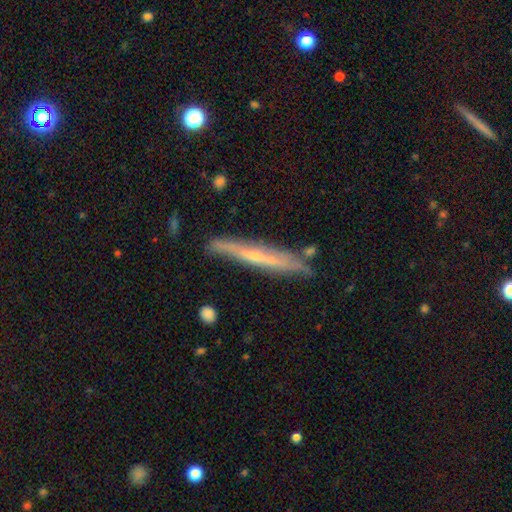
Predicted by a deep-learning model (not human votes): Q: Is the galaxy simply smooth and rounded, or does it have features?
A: featured or disk — 65%.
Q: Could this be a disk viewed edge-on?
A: yes — 89%.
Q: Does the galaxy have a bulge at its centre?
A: rounded — 54%.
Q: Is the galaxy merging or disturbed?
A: none — 76%.